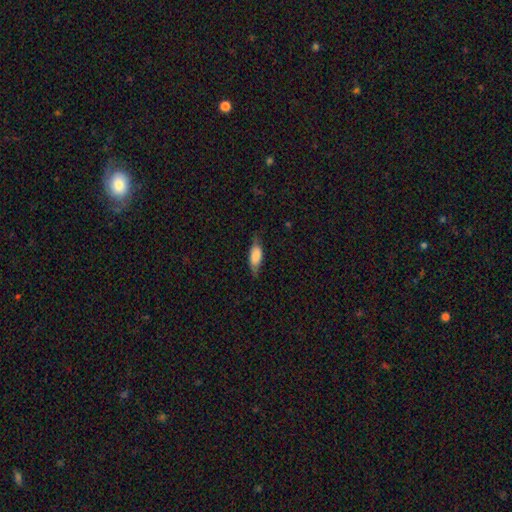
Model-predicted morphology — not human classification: A smooth galaxy with no disk features (74%) that is in between round and cigar-shaped (76%). Merging: none (68%).